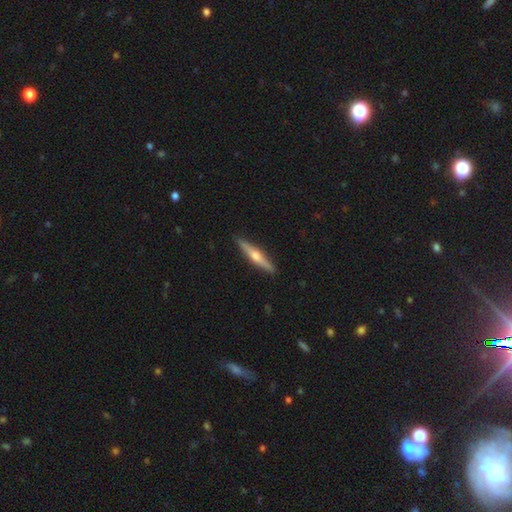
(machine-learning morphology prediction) Smooth or featured? featured or disk (68%)
Edge-on disk? yes (97%)
Edge-on bulge? rounded (93%)
Merging? none (92%)